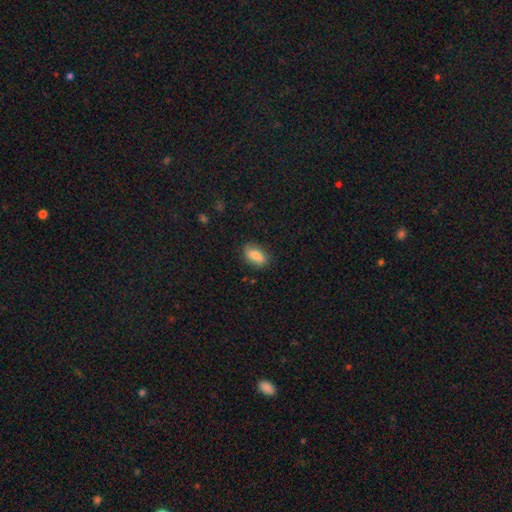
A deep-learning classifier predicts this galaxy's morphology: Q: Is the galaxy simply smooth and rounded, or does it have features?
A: smooth — 81%.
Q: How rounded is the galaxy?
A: in between — 90%.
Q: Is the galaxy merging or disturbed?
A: none — 81%.